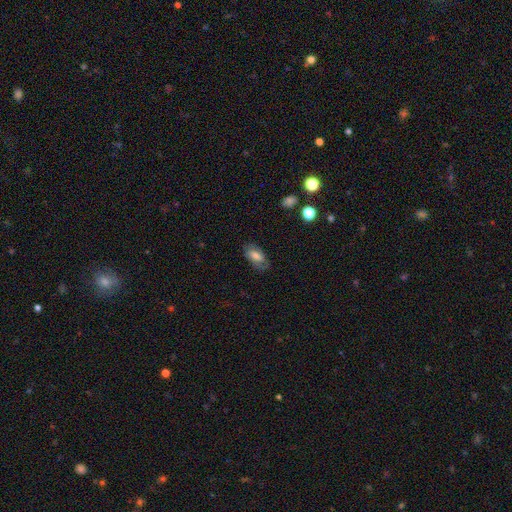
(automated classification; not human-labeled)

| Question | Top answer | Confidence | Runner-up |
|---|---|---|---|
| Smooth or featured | smooth | 60% | featured or disk (32%) |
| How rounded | in between | 89% | cigar-shaped (6%) |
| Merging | none | 73% | minor disturbance (19%) |